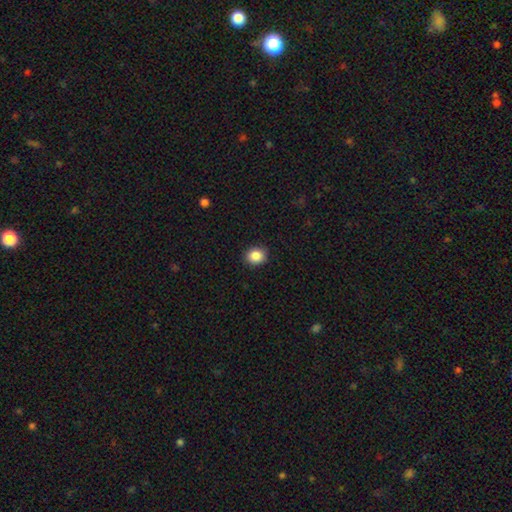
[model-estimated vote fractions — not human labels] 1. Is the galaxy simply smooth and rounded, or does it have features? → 87% smooth, 9% star or artifact, 4% featured or disk.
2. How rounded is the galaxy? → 69% round, 30% in between, 1% cigar-shaped.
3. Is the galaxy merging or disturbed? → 91% none, 6% minor disturbance, 2% major disturbance, 1% merger.